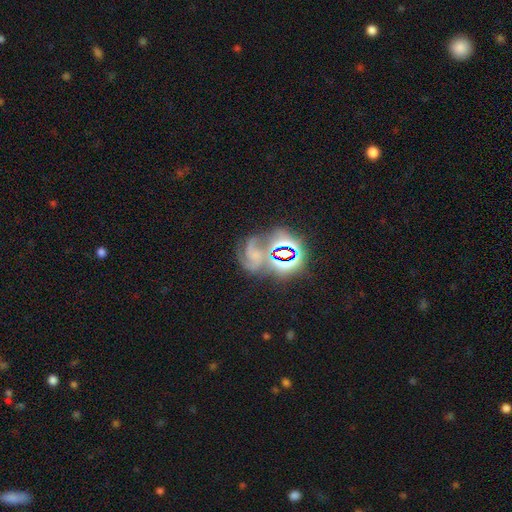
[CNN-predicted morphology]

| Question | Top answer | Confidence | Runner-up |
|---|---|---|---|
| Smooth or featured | featured or disk | 56% | star or artifact (29%) |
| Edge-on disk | no | 97% | yes (3%) |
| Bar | no | 61% | weak (27%) |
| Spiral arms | yes | 91% | no (9%) |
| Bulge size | small | 33% | none (30%) |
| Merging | none | 42% | major disturbance (23%) |